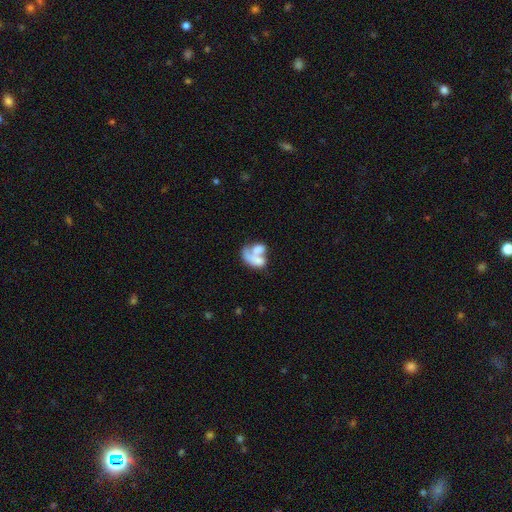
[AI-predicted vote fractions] Smooth or featured?
  - smooth: 49% *
  - featured or disk: 42%
  - star or artifact: 9%
Merging?
  - merger: 59% *
  - major disturbance: 19%
  - none: 15%
  - minor disturbance: 8%